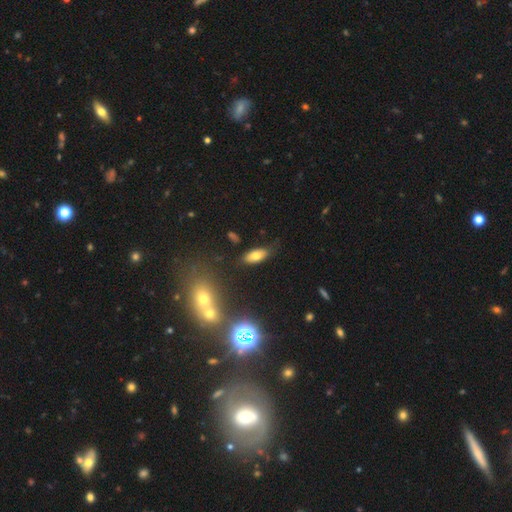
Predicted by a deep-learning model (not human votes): A smooth galaxy with no disk features (73%) that is in between round and cigar-shaped (85%).

Vote fractions:
- Smooth or featured? smooth: 73% / featured or disk: 17% / star or artifact: 10%
- How rounded? in between: 85% / cigar-shaped: 12% / round: 3%
- Merging? none: 78% / minor disturbance: 15% / major disturbance: 4% / merger: 3%